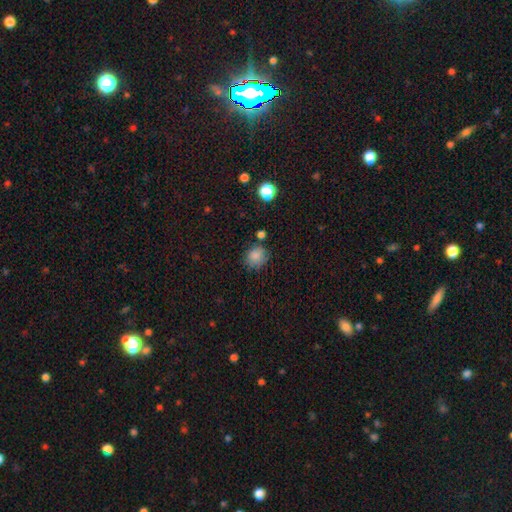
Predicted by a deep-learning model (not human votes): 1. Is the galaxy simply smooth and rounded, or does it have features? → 82% smooth, 11% star or artifact, 7% featured or disk.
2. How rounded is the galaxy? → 76% round, 23% in between, 1% cigar-shaped.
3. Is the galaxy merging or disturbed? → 69% none, 19% minor disturbance, 6% merger, 6% major disturbance.